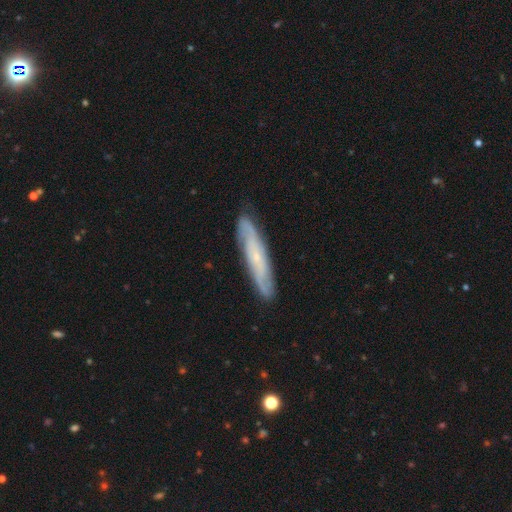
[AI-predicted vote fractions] Morphology: type=featured or disk (66%); edge-on=no (56%); merging=none (86%).